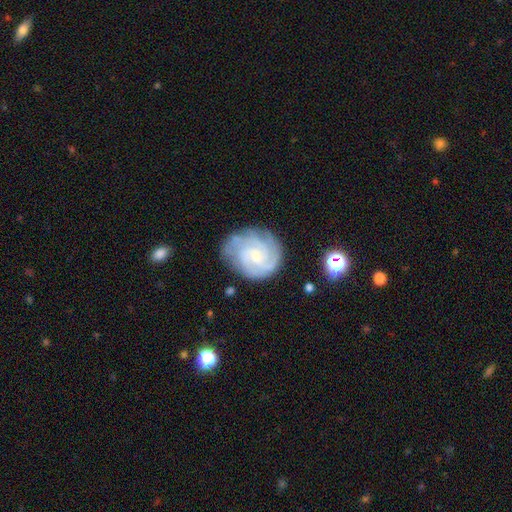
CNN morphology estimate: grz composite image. It shows a featured or disk galaxy (83%) with no bar (57%), 3 (34%) tight (66%) spiral arms (97%) and a small central bulge (66%). Merging: none (73%).